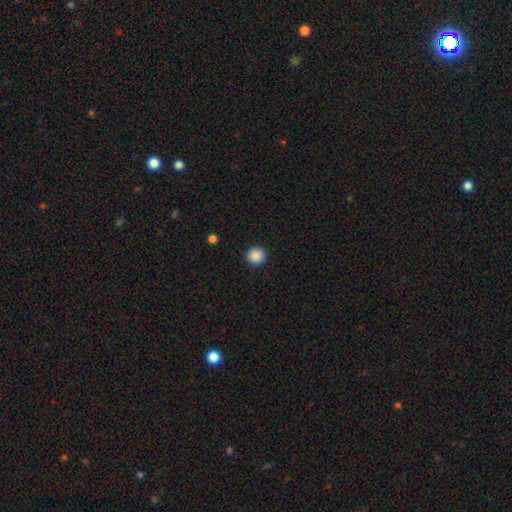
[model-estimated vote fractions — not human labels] smooth 89%, star or artifact 9%, featured or disk 2%. Down the decision tree: how rounded — round (92%); merging — none (92%).